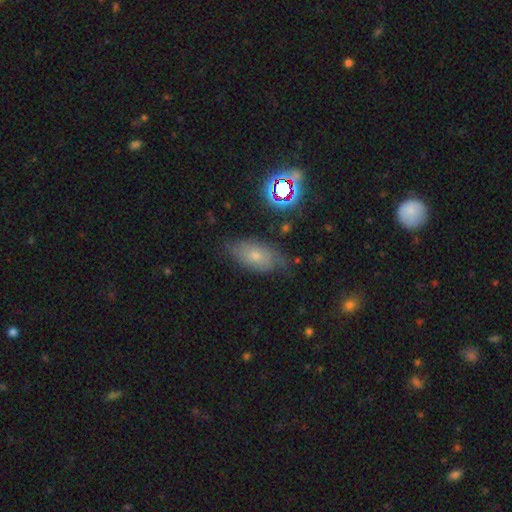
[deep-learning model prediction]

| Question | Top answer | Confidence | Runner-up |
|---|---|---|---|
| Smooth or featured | smooth | 53% | featured or disk (32%) |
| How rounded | in between | 88% | cigar-shaped (6%) |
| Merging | none | 61% | minor disturbance (28%) |